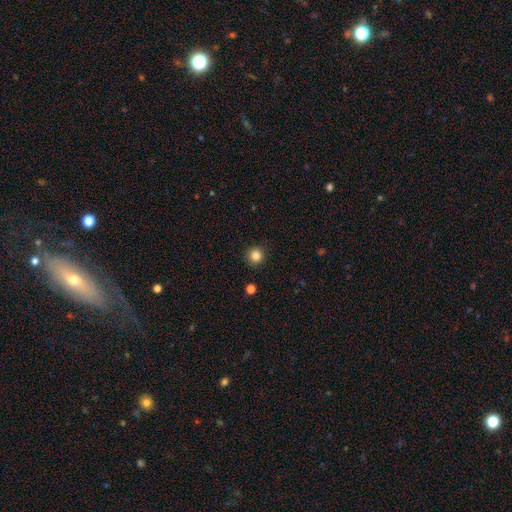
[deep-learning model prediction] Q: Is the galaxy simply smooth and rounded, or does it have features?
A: smooth — 85%.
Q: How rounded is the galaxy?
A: round — 95%.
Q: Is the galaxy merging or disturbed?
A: none — 91%.